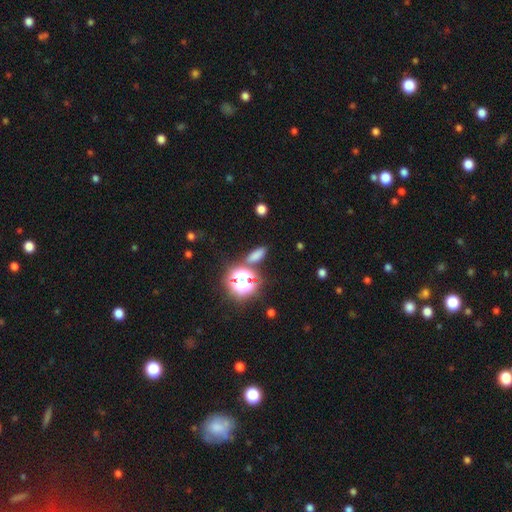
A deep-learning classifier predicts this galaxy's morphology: This is likely a smooth galaxy (67%). How rounded: possibly in between (60%). Merging: likely none (78%).